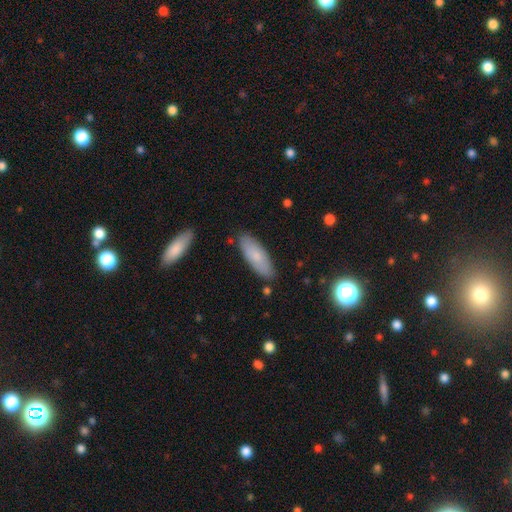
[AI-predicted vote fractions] Smooth or featured? smooth (77%)
How rounded? in between (65%)
Merging? none (84%)